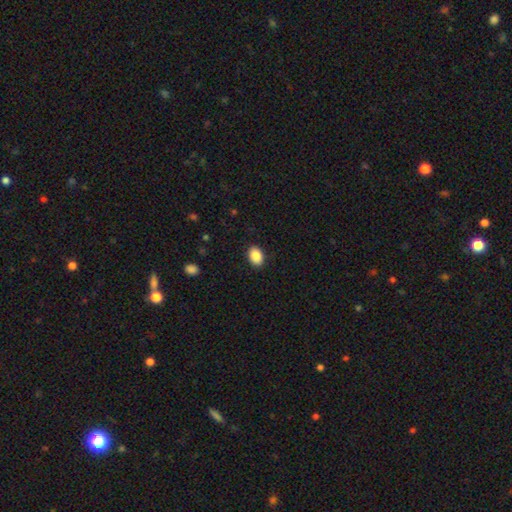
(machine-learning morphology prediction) This appears to be a smooth galaxy with no disk features (88%) that is in between round and cigar-shaped (82%). Merging: none (90%).